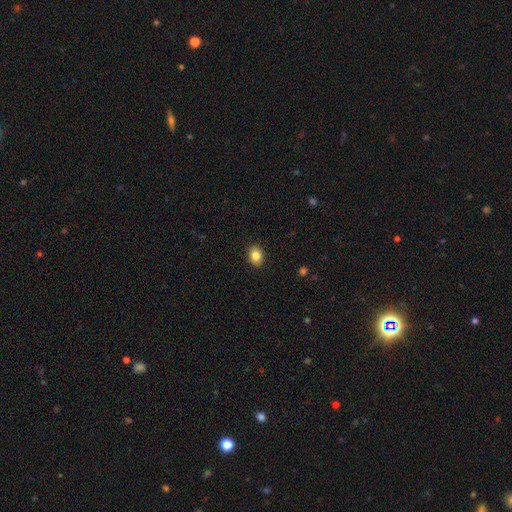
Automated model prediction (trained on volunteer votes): Overall: smooth (84%). How rounded: in between (67%; round 32%). Merging: none (90%).